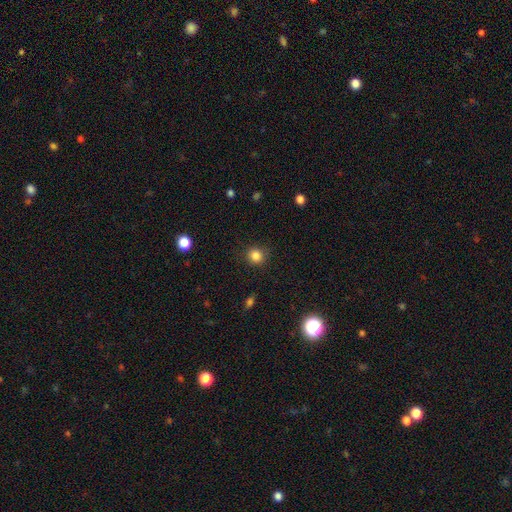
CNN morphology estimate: A smooth galaxy with no disk features (84%) that is round (89%). Merging: none (88%).